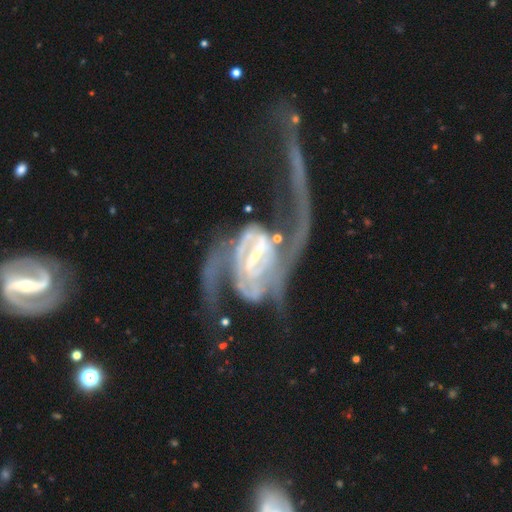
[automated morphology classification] type=featured or disk (88%); edge-on=no (96%); bar=strong (57%); spiral arms=yes (91%); winding=loose (45%); arm count=2 (66%); bulge=small (35%); merging=major disturbance (55%).